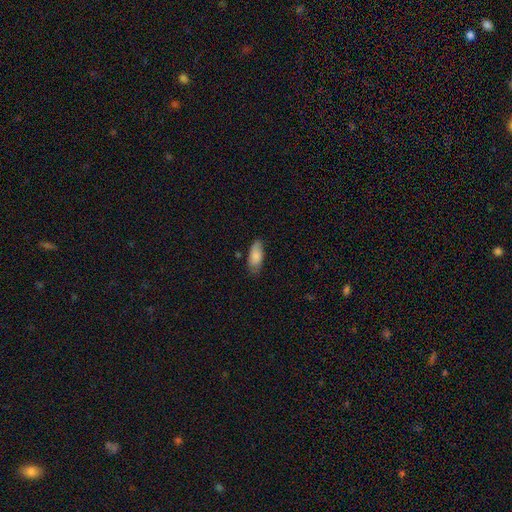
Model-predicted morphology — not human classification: Smooth or featured? smooth (83%)
How rounded? in between (86%)
Merging? none (68%)